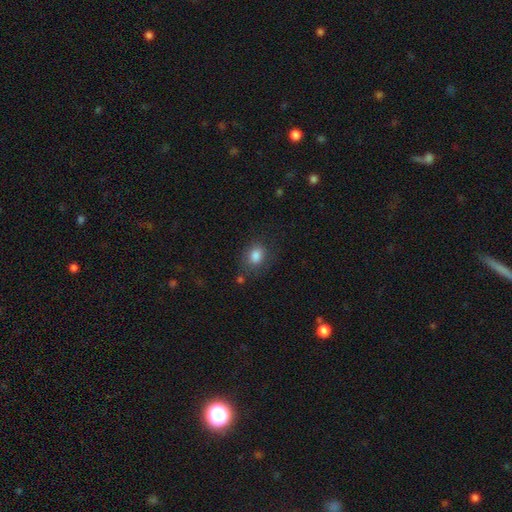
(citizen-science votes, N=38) Smooth or featured? smooth (95%)
How rounded? round (53%)
Merging? none (67%)